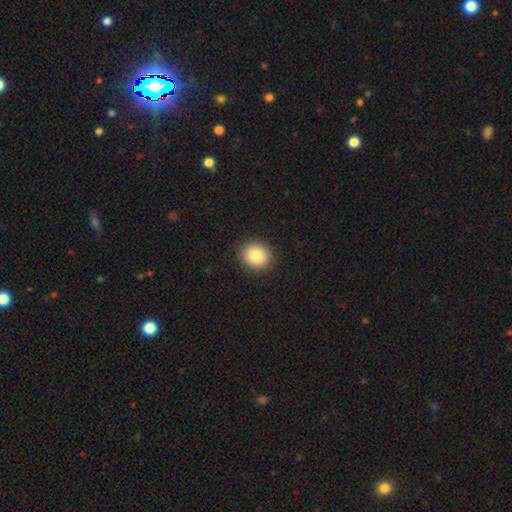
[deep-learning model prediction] Q: Smooth or featured?
A: smooth (85%); runner-up: star or artifact (9%)
Q: How rounded?
A: round (80%); runner-up: in between (19%)
Q: Merging?
A: none (91%); runner-up: minor disturbance (6%)